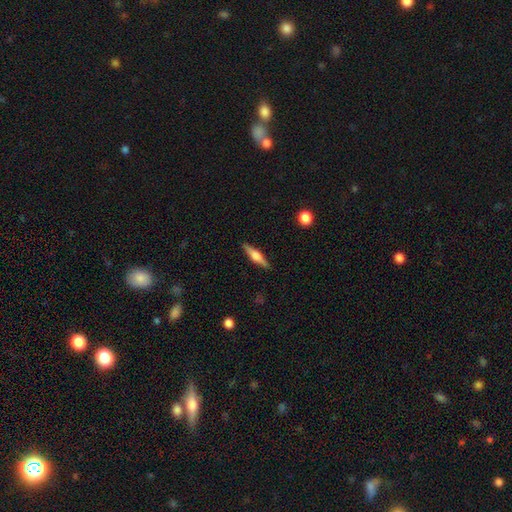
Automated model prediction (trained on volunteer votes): Overall: featured or disk (61%; smooth 33%). Edge-on disk: yes (97%). Edge-on bulge: rounded (84%). Merging: none (90%).